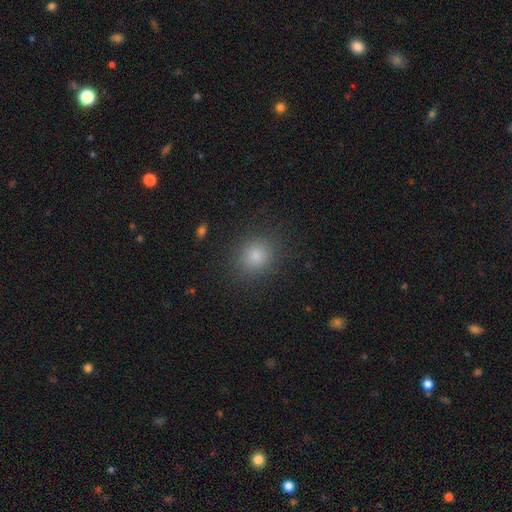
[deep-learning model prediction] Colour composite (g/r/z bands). It shows a smooth galaxy with no disk features (79%) that is round (79%). Merging: none (88%).